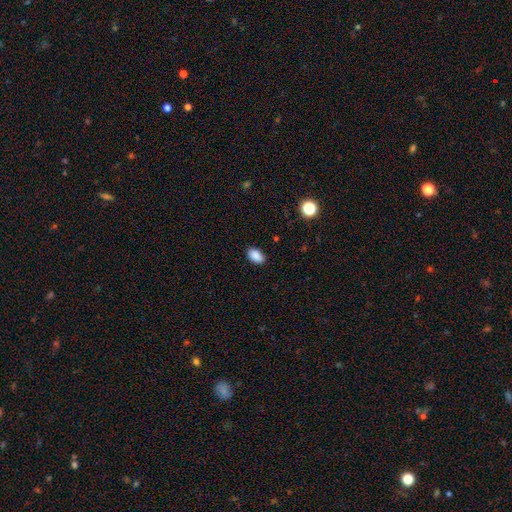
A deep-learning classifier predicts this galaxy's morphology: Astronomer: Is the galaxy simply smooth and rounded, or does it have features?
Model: smooth — 89%.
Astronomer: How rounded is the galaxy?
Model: in between — 92%.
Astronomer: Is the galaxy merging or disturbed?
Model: none — 87%.